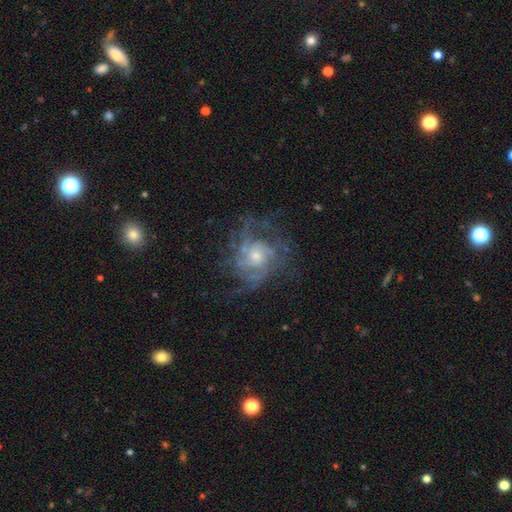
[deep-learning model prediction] Morphology: type=featured or disk (81%); edge-on=no (97%); bar=no (75%); spiral arms=yes (90%); winding=tight (45%); arm count=can't tell (36%); bulge=small (49%); merging=none (64%).